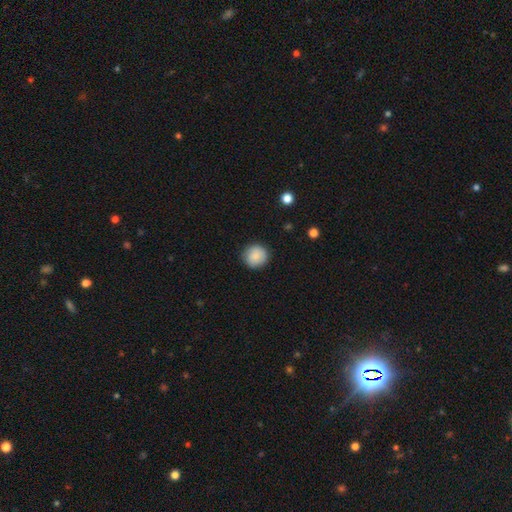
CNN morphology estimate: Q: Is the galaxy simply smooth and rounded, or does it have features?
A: smooth — 87%.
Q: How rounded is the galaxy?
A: round — 92%.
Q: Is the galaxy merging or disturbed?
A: none — 88%.